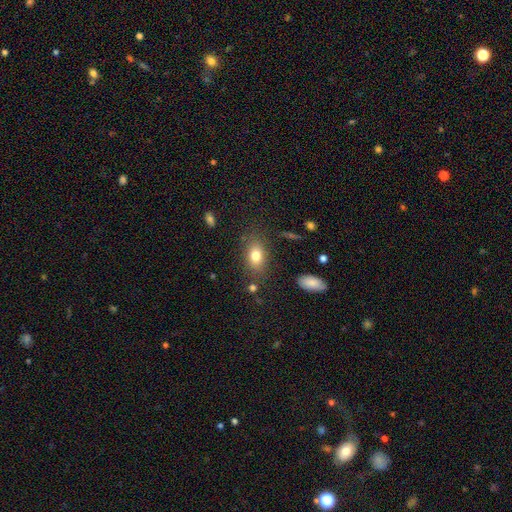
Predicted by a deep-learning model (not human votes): Morphology: type=smooth (79%); roundness=in between (83%); merging=none (79%).